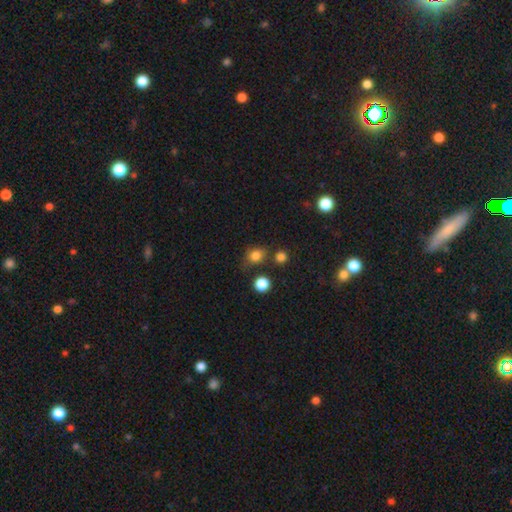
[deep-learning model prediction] This is likely a smooth galaxy (79%). How rounded: likely round (66%). Merging: likely none (64%).